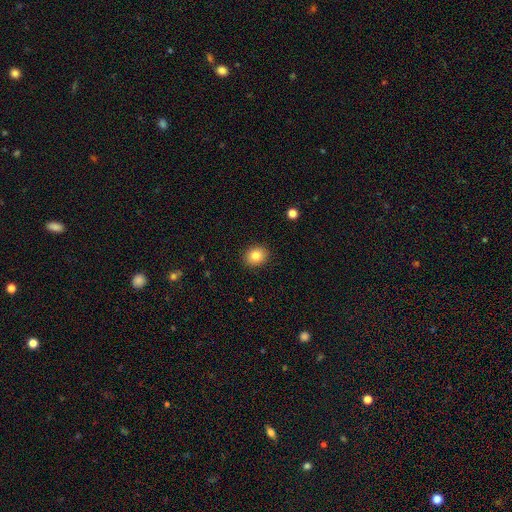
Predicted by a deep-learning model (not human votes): smooth-or-featured: smooth: 83% | star or artifact: 10% | featured or disk: 7%
  how-rounded: round: 59% | in between: 40% | cigar-shaped: 1%
  merging: none: 90% | minor disturbance: 7% | major disturbance: 2% | merger: 1%